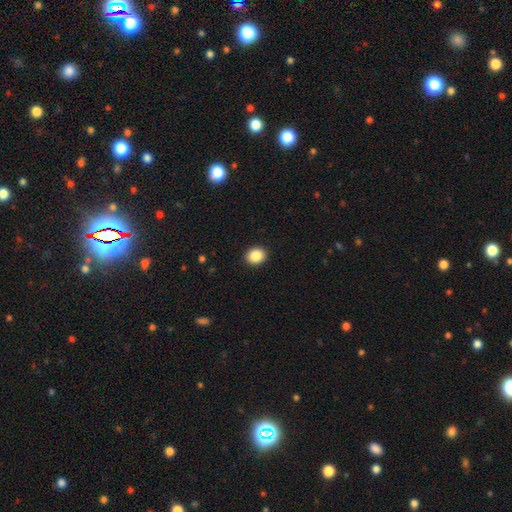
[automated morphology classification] Smooth or featured: smooth — 87% (star or artifact — 9%)
How rounded: round — 63% (in between — 36%)
Merging: none — 92% (minor disturbance — 6%)